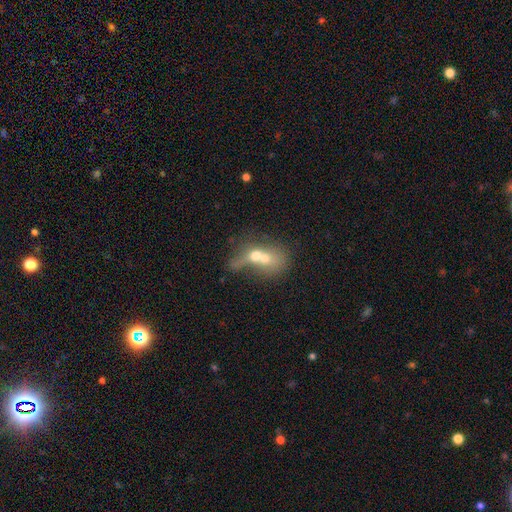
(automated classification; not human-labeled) This appears to be a smooth galaxy with no disk features (51%) that is in between round and cigar-shaped (53%). Merging: merger (68%).